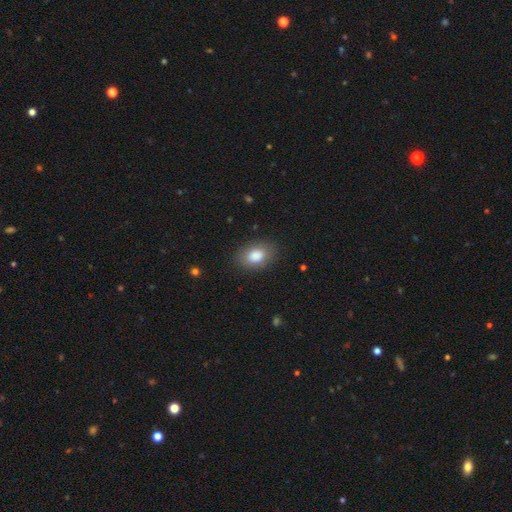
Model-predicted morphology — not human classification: This is clearly a smooth galaxy (84%). How rounded: clearly in between (84%). Merging: clearly none (83%).